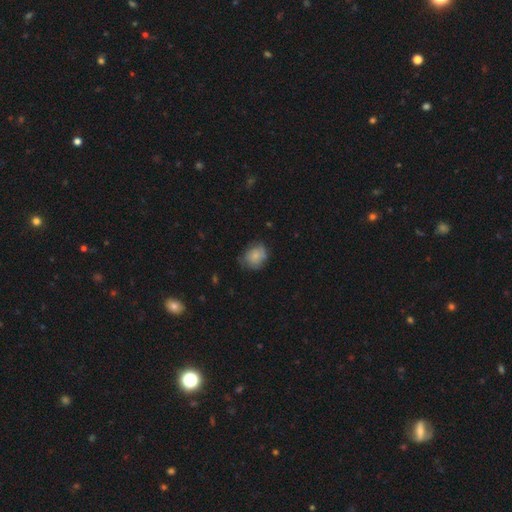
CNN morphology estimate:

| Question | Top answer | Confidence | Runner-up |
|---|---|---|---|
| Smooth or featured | smooth | 75% | featured or disk (17%) |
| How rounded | round | 56% | in between (43%) |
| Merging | none | 59% | minor disturbance (31%) |